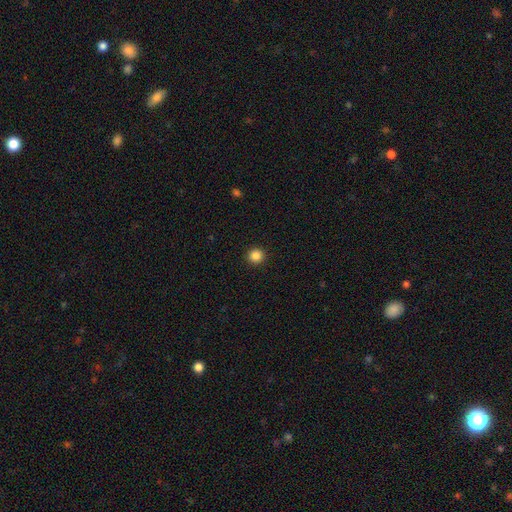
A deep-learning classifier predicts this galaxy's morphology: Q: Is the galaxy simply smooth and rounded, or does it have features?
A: smooth — 86%.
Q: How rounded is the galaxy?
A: round — 95%.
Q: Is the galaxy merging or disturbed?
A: none — 93%.